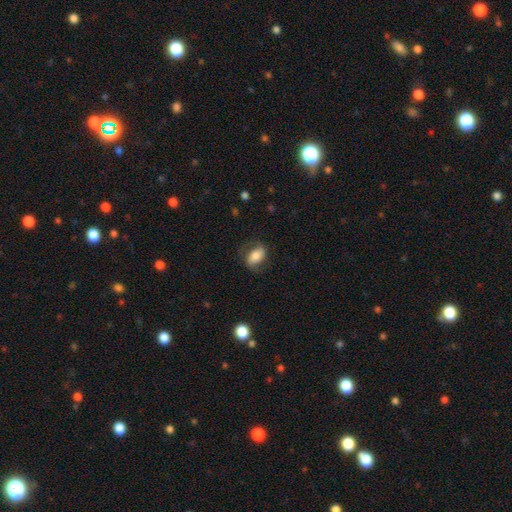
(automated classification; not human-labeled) This is likely a smooth galaxy (68%). How rounded: clearly in between (85%). Merging: likely none (67%).